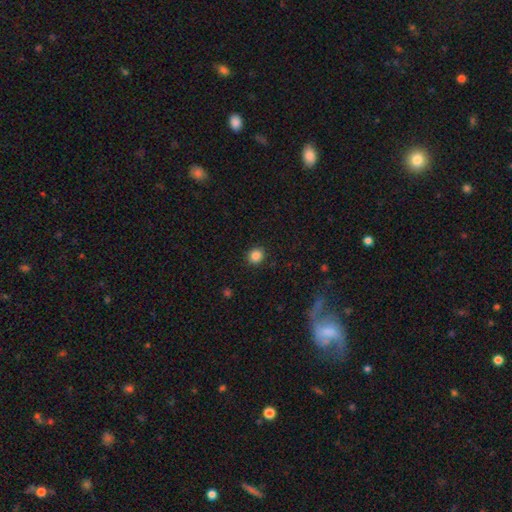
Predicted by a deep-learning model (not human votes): This appears to be a smooth galaxy with no disk features (85%) that is round (85%). Merging: none (91%).